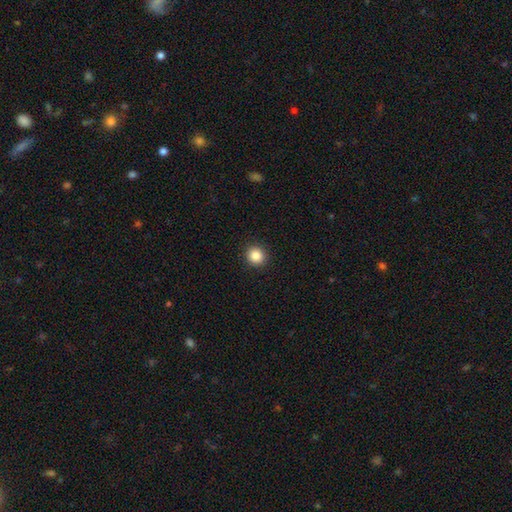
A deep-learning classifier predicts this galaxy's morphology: smooth-or-featured: smooth: 86% | star or artifact: 10% | featured or disk: 4%
  how-rounded: round: 92% | in between: 7% | cigar-shaped: 1%
  merging: none: 92% | minor disturbance: 5% | major disturbance: 2% | merger: 1%